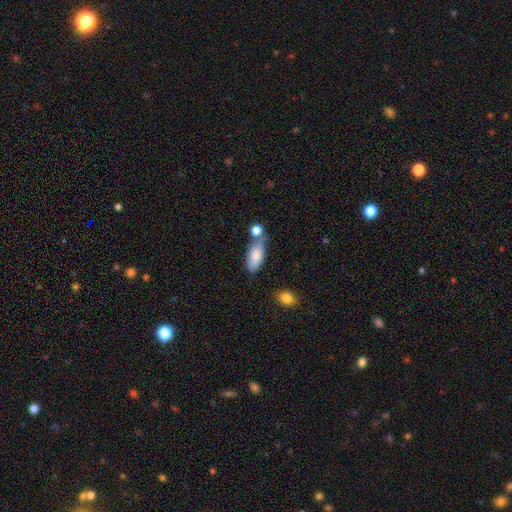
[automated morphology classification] smooth-or-featured: smooth: 81% | featured or disk: 12% | star or artifact: 7%
  how-rounded: in between: 86% | cigar-shaped: 11% | round: 3%
  merging: none: 51% | merger: 22% | minor disturbance: 21% | major disturbance: 6%